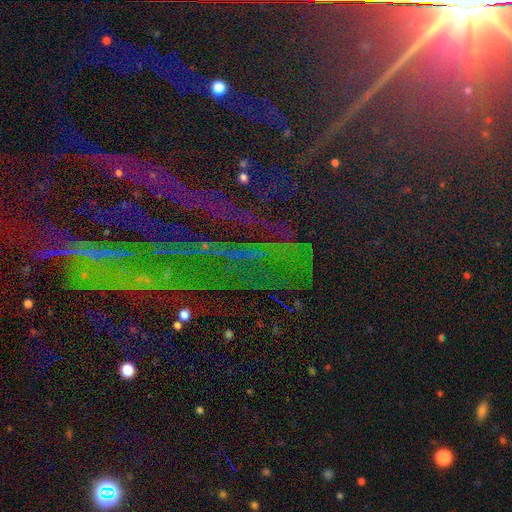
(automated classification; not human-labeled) A star or artifact, not a galaxy (87%).